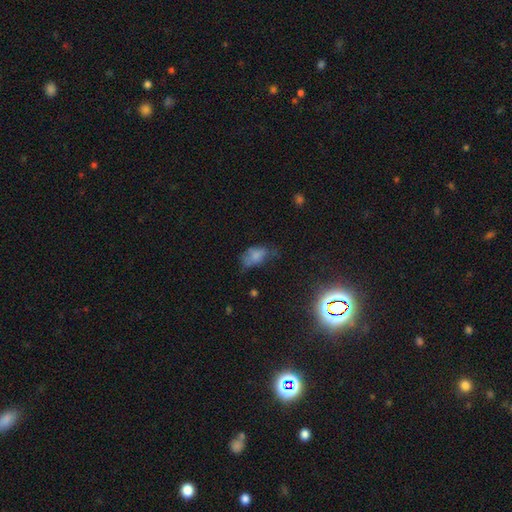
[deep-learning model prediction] Overall: smooth (68%). How rounded: in between (89%). Merging: none (40%; minor disturbance 35%).